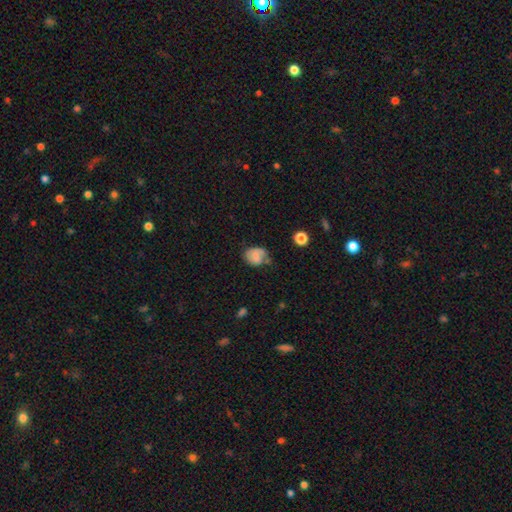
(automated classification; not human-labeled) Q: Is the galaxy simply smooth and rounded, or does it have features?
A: smooth — 47%.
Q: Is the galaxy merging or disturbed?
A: none — 50%.